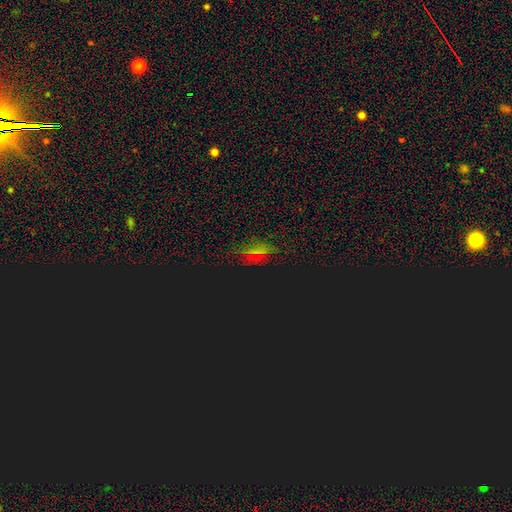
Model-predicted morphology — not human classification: A star or artifact, not a galaxy (61%).

Vote fractions:
- Smooth or featured? star or artifact: 61% / smooth: 28% / featured or disk: 11%